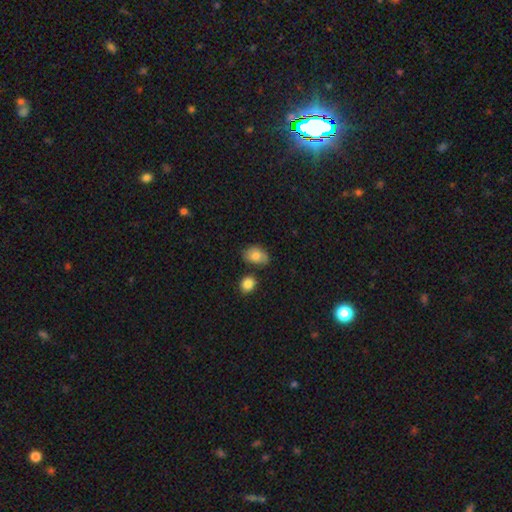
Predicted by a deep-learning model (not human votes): The model was most divided on "merging": none: 63%, minor disturbance: 25%, merger: 7%, major disturbance: 5%. More confident: smooth or featured — smooth (79%); how rounded — in between (78%).